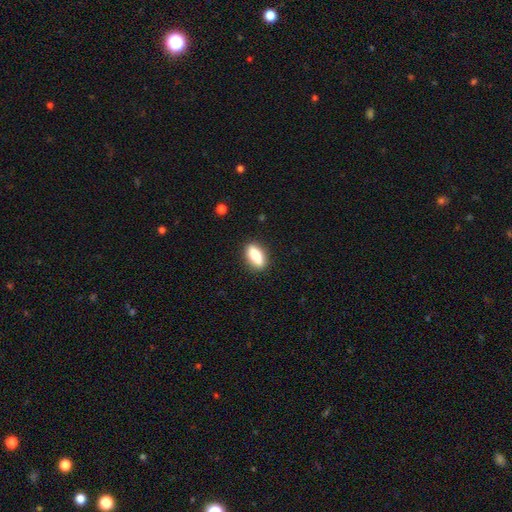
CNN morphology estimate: type=smooth (76%); roundness=in between (76%); merging=none (88%).